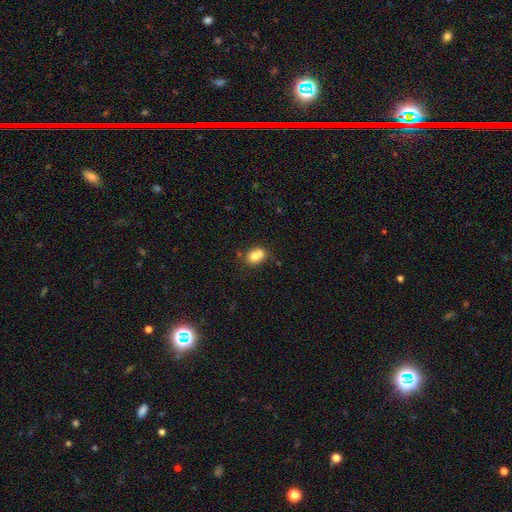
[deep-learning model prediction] Morphology: type=smooth (75%); roundness=in between (52%); merging=none (43%).